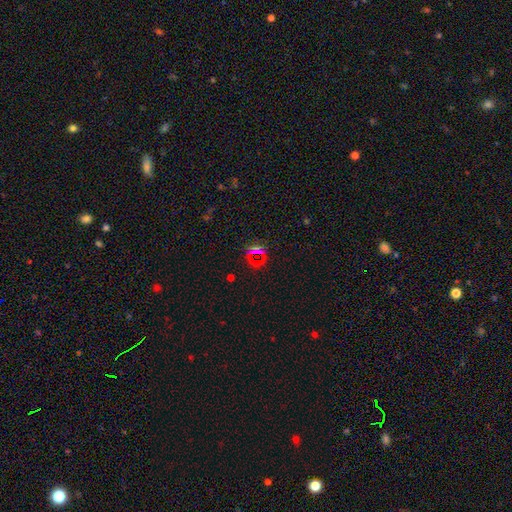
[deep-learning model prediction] star or artifact 64%, smooth 27%, featured or disk 10%.